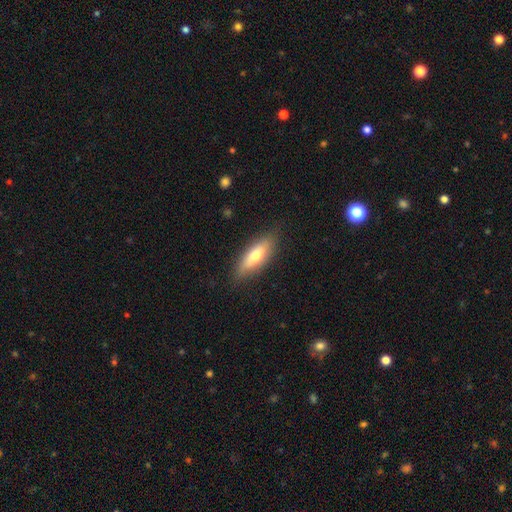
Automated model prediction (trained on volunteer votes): This is likely a smooth galaxy (66%). How rounded: possibly in between (56%). Merging: clearly none (81%).